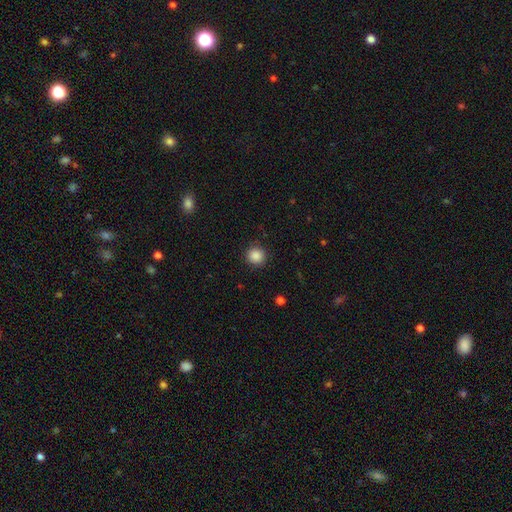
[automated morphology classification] A smooth galaxy with no disk features (88%) that is round (93%). Merging: none (91%).